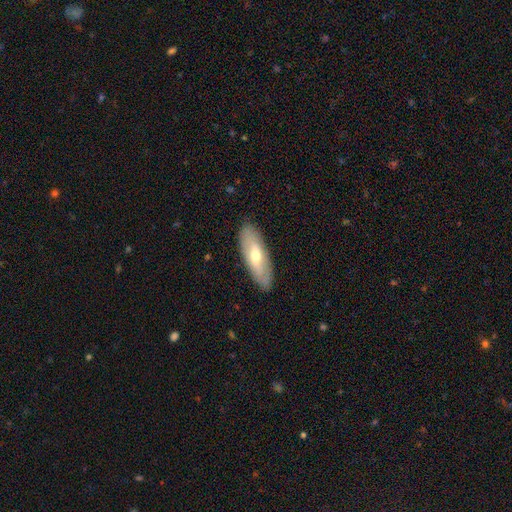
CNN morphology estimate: Q: Smooth or featured?
A: featured or disk (48%); runner-up: smooth (46%)
Q: Merging?
A: none (87%); runner-up: minor disturbance (9%)